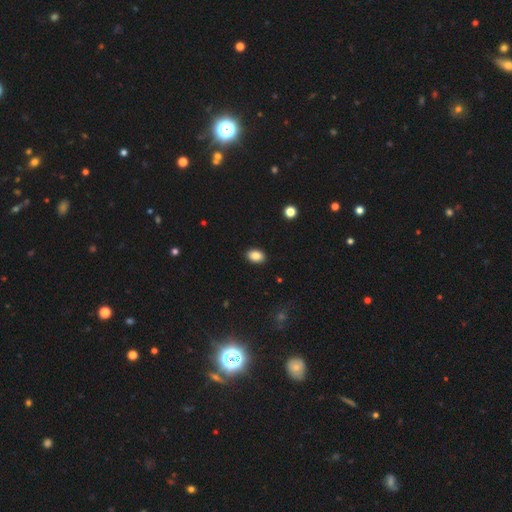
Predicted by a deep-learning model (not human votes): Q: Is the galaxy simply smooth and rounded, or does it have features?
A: smooth — 87%.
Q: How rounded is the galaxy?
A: in between — 82%.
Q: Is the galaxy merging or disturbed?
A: none — 90%.